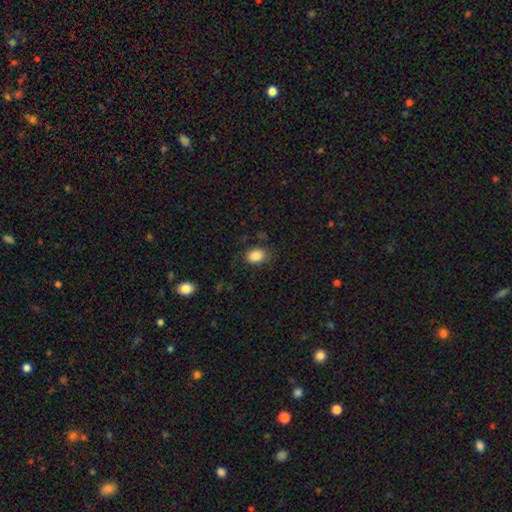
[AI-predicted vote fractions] The model was most divided on "how rounded": in between: 76%, round: 23%, cigar-shaped: 1%. More confident: smooth or featured — smooth (87%); merging — none (77%).